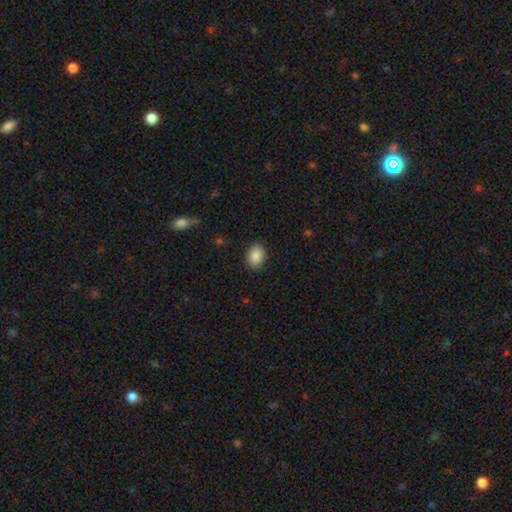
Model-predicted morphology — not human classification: A smooth galaxy with no disk features (87%) that is in between round and cigar-shaped (76%).

Vote fractions:
- Smooth or featured? smooth: 87% / star or artifact: 8% / featured or disk: 5%
- How rounded? in between: 76% / round: 23% / cigar-shaped: 1%
- Merging? none: 89% / minor disturbance: 8% / major disturbance: 2% / merger: 1%